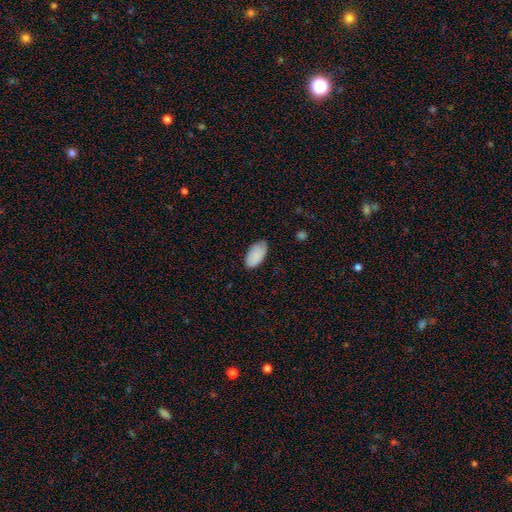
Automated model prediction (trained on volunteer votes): The model was most divided on "merging": none: 73%, minor disturbance: 23%, major disturbance: 3%, merger: 1%. More confident: how rounded — in between (95%); smooth or featured — smooth (88%).